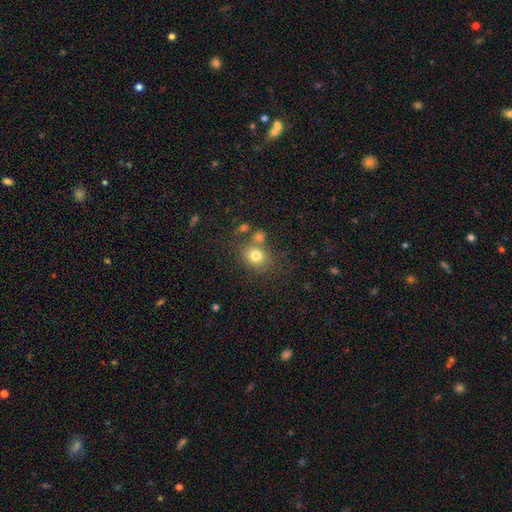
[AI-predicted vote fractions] smooth_or_featured: smooth (p=0.77) [alt: star or artifact p=0.13]
how_rounded: round (p=0.67) [alt: in between p=0.32]
merging: none (p=0.61) [alt: merger p=0.20]